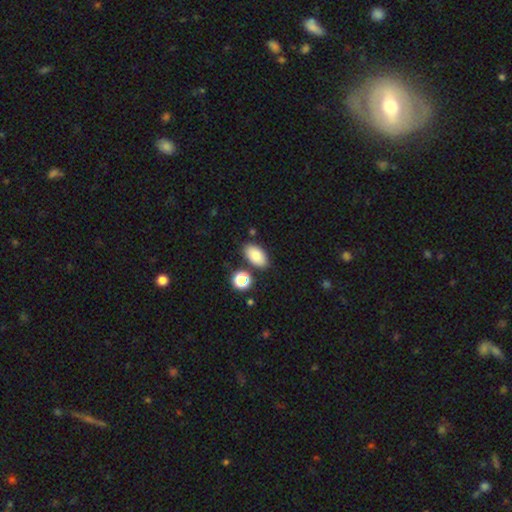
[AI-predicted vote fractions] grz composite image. It shows a smooth galaxy with no disk features (84%) that is in between round and cigar-shaped (92%). Merging: none (80%).